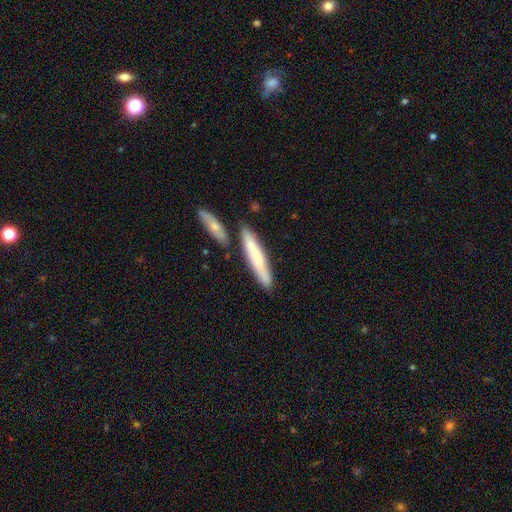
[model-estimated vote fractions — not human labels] Q: Smooth or featured?
A: smooth (61%); runner-up: featured or disk (33%)
Q: How rounded?
A: cigar-shaped (91%); runner-up: in between (8%)
Q: Merging?
A: none (76%); runner-up: minor disturbance (11%)